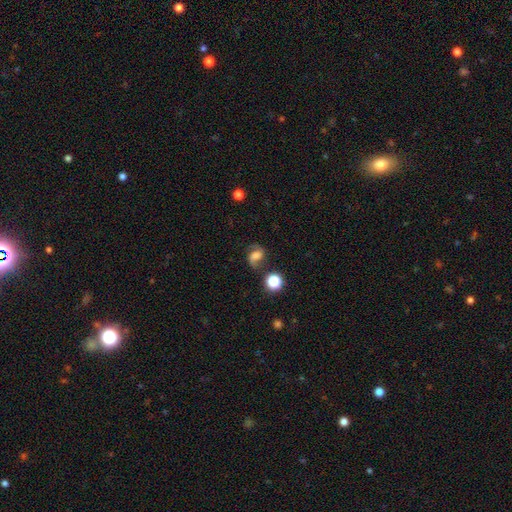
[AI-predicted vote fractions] Smooth or featured? featured or disk (63%)
Edge-on disk? no (98%)
Bar? weak (45%)
Spiral arms? yes (93%)
Spiral winding? loose (47%)
Spiral arm count? 2 (90%)
Bulge size? moderate (29%)
Merging? none (68%)